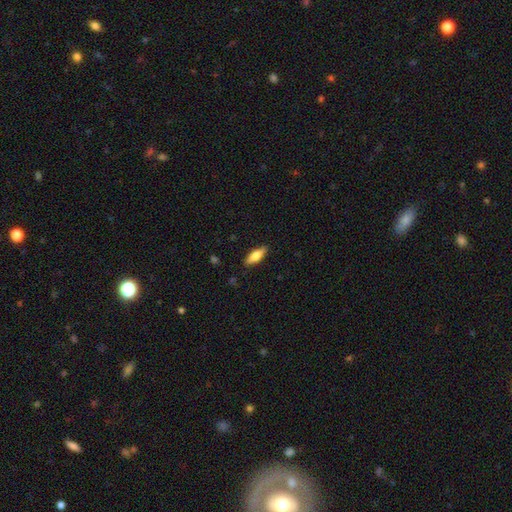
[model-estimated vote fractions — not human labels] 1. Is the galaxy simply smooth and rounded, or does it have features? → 63% smooth, 31% featured or disk, 6% star or artifact.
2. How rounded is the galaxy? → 59% in between, 38% cigar-shaped, 2% round.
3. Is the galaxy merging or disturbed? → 86% none, 11% minor disturbance, 2% major disturbance, 1% merger.